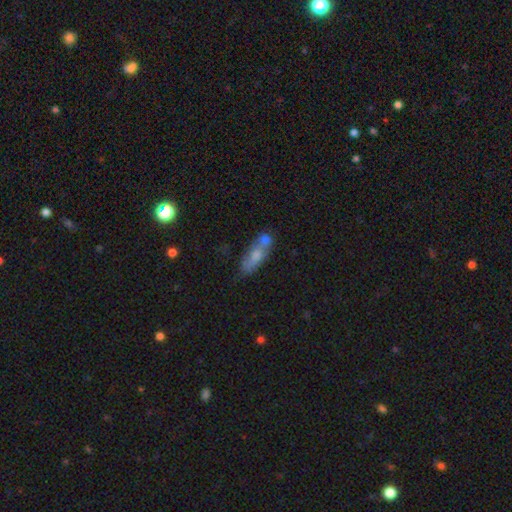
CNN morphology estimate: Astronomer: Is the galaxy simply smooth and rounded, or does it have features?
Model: smooth — 64%.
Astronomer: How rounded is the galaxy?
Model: in between — 63%.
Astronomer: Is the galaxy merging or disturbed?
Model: none — 45% (runner-up: merger, 28%).